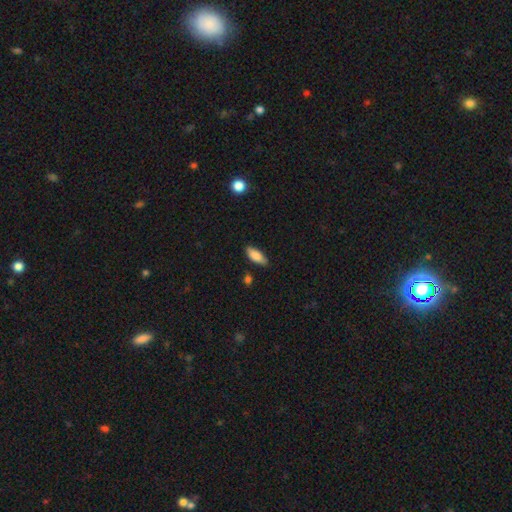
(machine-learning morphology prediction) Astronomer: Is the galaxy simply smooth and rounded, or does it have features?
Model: smooth — 83%.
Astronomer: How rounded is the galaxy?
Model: in between — 78%.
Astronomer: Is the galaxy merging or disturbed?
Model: none — 79%.